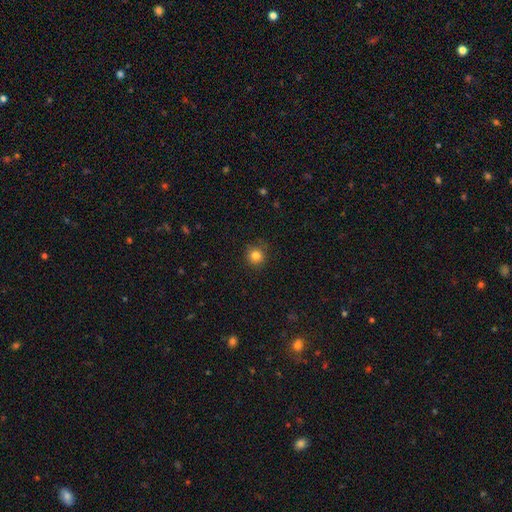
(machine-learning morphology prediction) Smooth or featured? Predicted: smooth (p=0.82). How rounded? Predicted: round (p=0.93). Merging? Predicted: none (p=0.87).